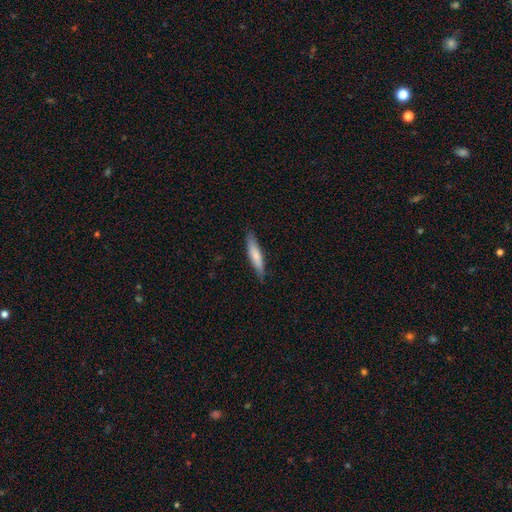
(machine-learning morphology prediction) This appears to be a smooth galaxy with no disk features (74%) that is cigar-shaped (82%). Merging: none (83%).